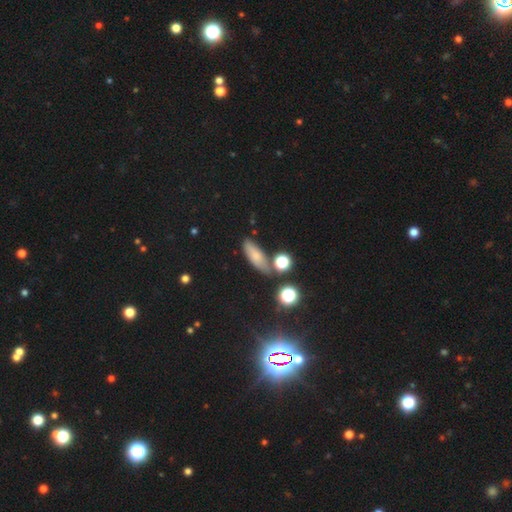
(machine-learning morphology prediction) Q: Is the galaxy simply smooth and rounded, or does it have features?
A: smooth — 70%.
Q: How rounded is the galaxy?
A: in between — 57%.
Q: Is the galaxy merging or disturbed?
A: none — 69%.